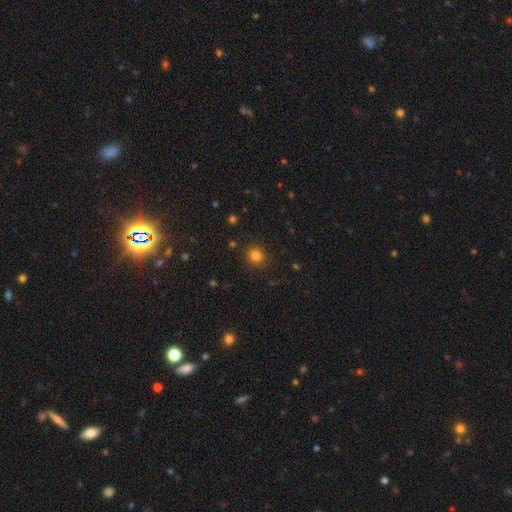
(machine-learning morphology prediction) The model was most divided on "smooth or featured": smooth: 81%, star or artifact: 14%, featured or disk: 5%. More confident: how rounded — round (91%); merging — none (90%).